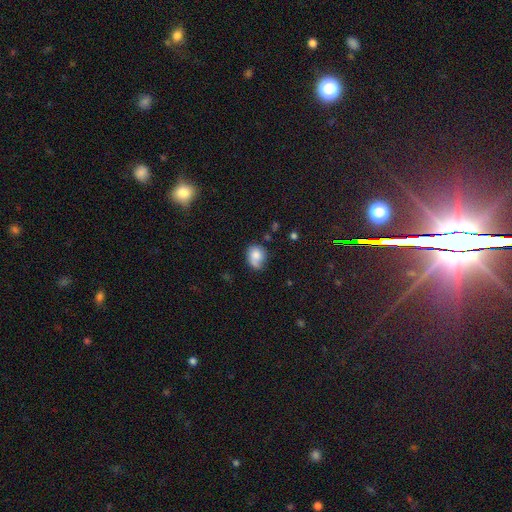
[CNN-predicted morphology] A smooth galaxy with no disk features (76%) that is round (51%). Merging: none (51%).